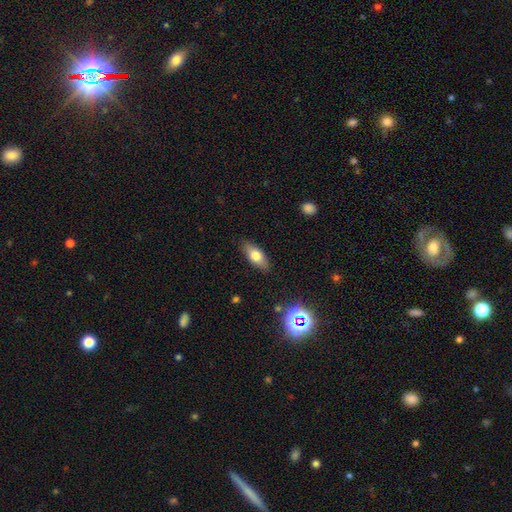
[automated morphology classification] Overall: smooth (68%). How rounded: in between (79%). Merging: none (85%).